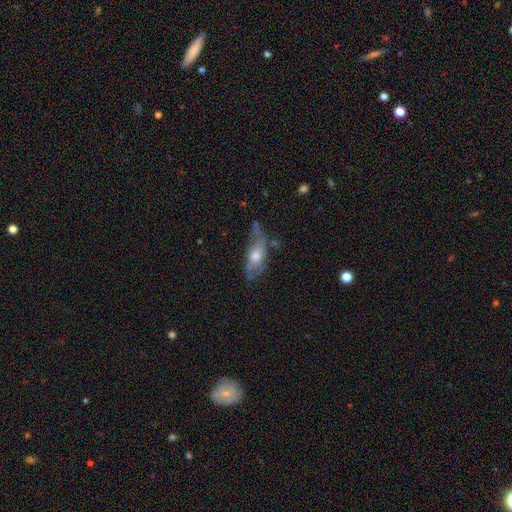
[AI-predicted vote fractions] Morphology: type=featured or disk (57%); edge-on=no (73%); merging=none (52%).